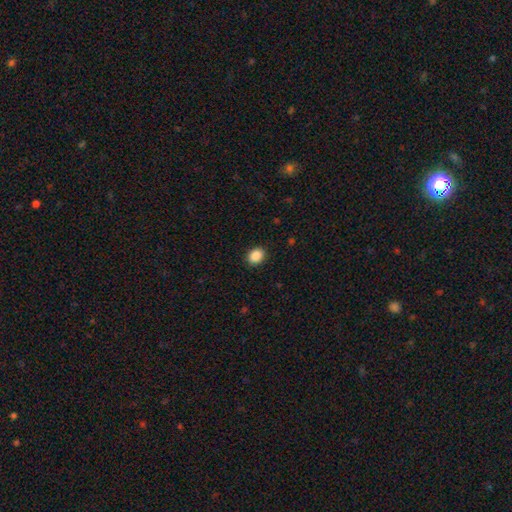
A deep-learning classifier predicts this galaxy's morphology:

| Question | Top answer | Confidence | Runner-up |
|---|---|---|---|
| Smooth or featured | smooth | 89% | star or artifact (8%) |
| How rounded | round | 51% | in between (48%) |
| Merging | none | 90% | minor disturbance (7%) |